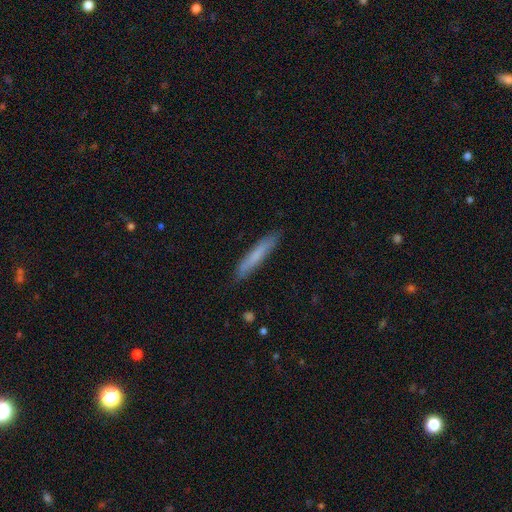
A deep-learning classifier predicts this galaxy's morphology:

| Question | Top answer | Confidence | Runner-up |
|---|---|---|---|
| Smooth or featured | smooth | 72% | featured or disk (22%) |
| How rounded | cigar-shaped | 94% | in between (5%) |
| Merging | none | 88% | minor disturbance (9%) |